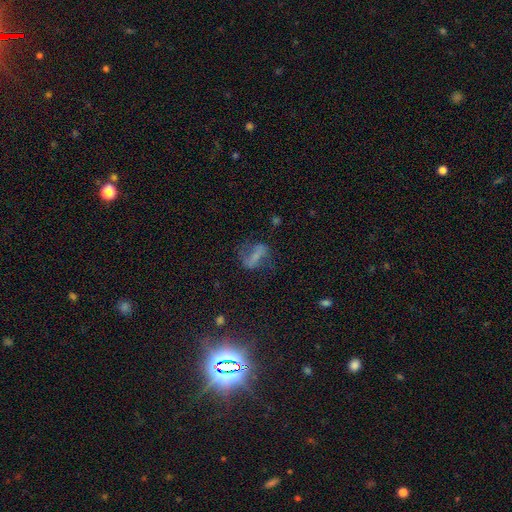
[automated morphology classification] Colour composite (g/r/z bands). It shows a featured or disk galaxy (44%). Merging: none (49%).